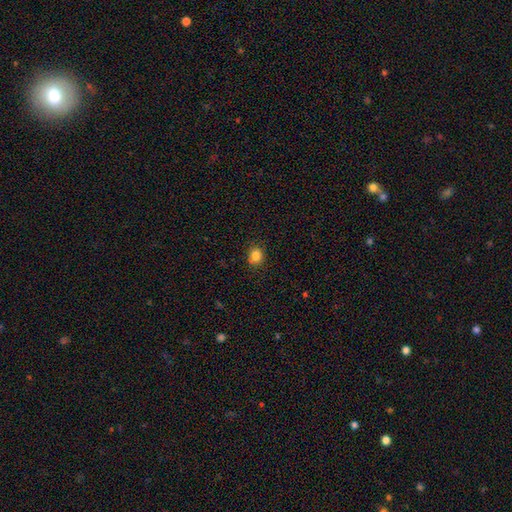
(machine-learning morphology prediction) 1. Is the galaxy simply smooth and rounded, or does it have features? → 84% smooth, 11% star or artifact, 5% featured or disk.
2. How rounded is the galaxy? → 69% round, 30% in between, 1% cigar-shaped.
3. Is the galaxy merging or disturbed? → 86% none, 10% minor disturbance, 2% major disturbance, 1% merger.